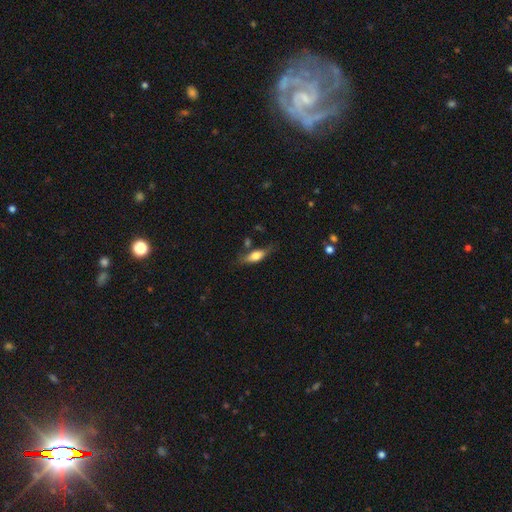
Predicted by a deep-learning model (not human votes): The model was most divided on "how rounded": in between: 61%, cigar-shaped: 36%, round: 4%. More confident: merging — none (64%); smooth or featured — smooth (61%).